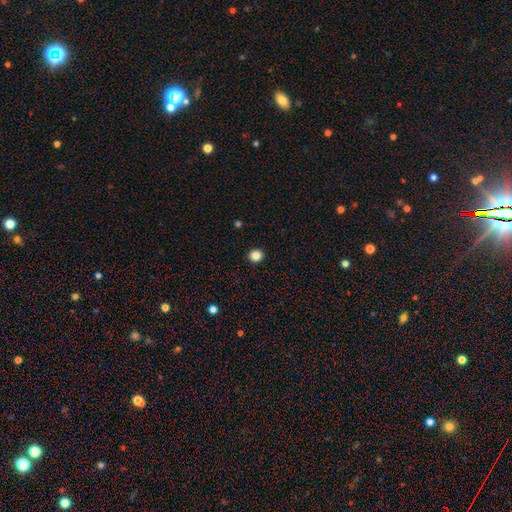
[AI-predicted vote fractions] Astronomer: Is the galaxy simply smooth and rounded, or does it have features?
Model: smooth — 85%.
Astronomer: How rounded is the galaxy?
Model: round — 90%.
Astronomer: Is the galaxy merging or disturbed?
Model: none — 93%.